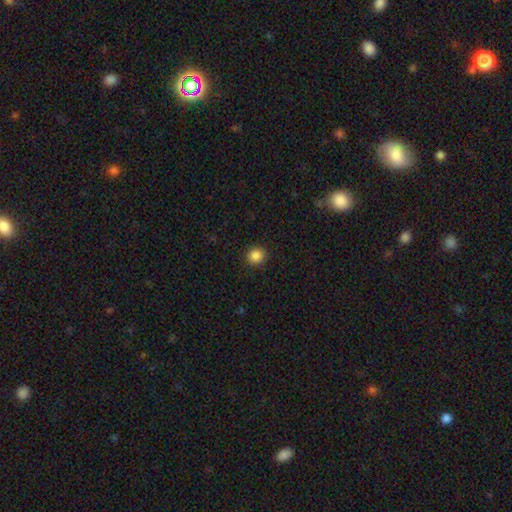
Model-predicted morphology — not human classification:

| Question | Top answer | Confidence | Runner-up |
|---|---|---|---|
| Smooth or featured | smooth | 86% | star or artifact (11%) |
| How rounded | round | 91% | in between (8%) |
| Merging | none | 92% | minor disturbance (5%) |